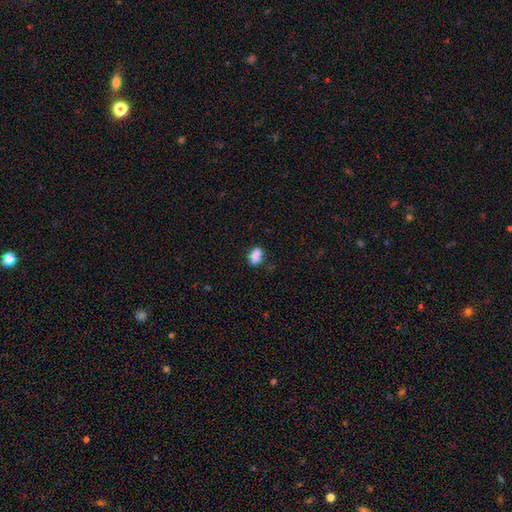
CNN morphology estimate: Overall: smooth (88%). How rounded: in between (88%). Merging: none (84%).